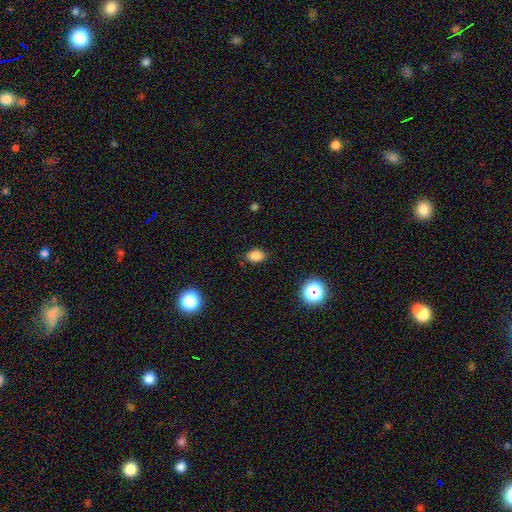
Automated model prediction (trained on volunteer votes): smooth 83%, star or artifact 12%, featured or disk 4%. Down the decision tree: how rounded — in between (83%); merging — none (85%).